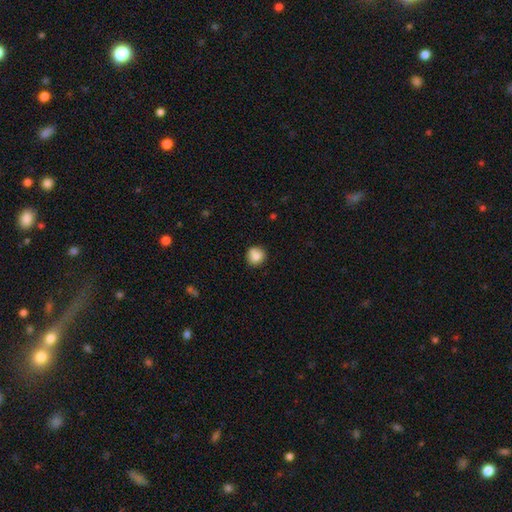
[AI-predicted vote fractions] This is clearly a smooth galaxy (80%). How rounded: clearly round (88%). Merging: likely none (68%).